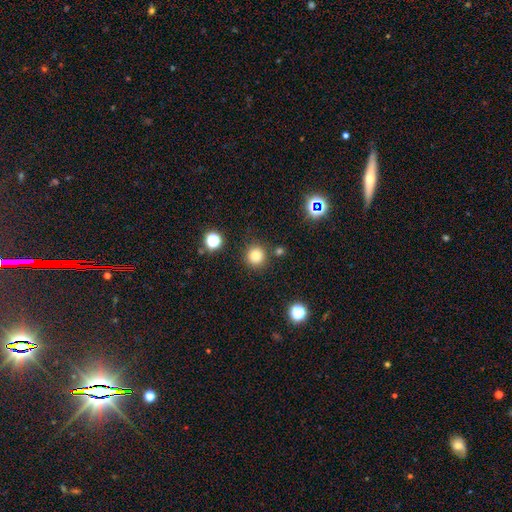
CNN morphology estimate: type=smooth (78%); roundness=round (94%); merging=none (85%).